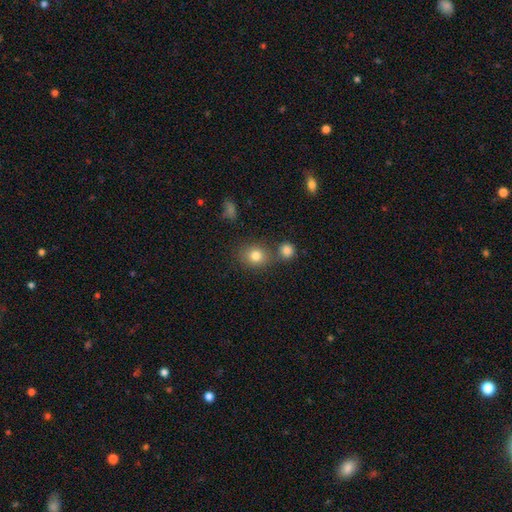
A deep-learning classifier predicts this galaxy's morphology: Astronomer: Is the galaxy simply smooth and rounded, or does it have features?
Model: smooth — 80%.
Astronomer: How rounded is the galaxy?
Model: round — 71%.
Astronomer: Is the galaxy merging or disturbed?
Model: none — 67%.